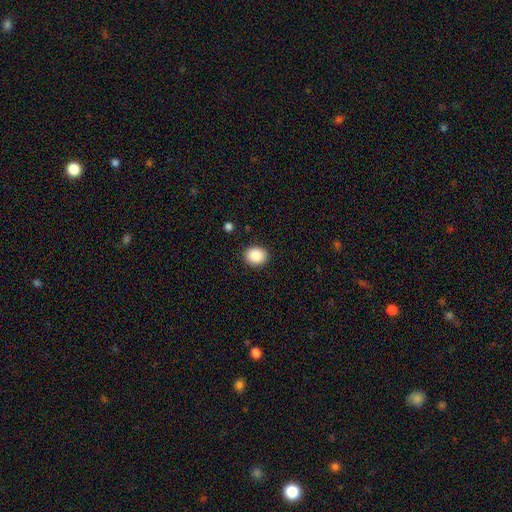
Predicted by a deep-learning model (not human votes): smooth 88%, star or artifact 8%, featured or disk 4%. Down the decision tree: how rounded — round (63%); merging — none (90%).